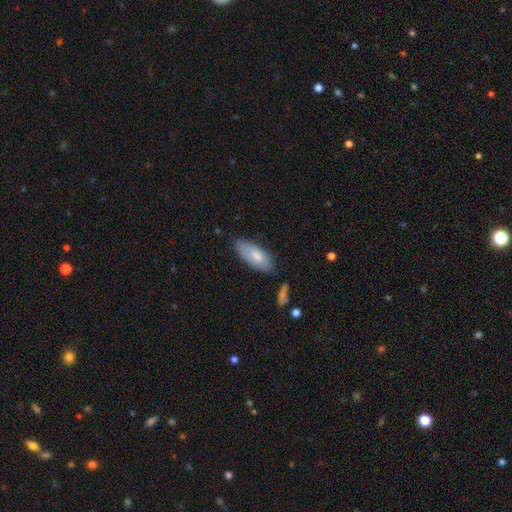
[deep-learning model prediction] Smooth or featured: smooth — 79% (featured or disk — 15%)
How rounded: in between — 83% (cigar-shaped — 15%)
Merging: none — 75% (minor disturbance — 18%)